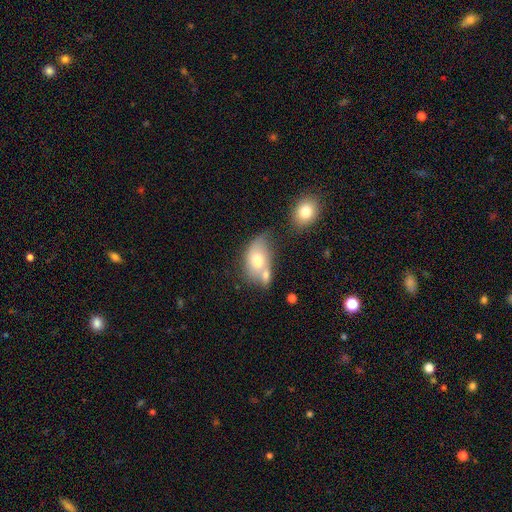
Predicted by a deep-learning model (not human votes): A smooth galaxy with no disk features (62%) that is in between round and cigar-shaped (81%). Merging: merger (46%).